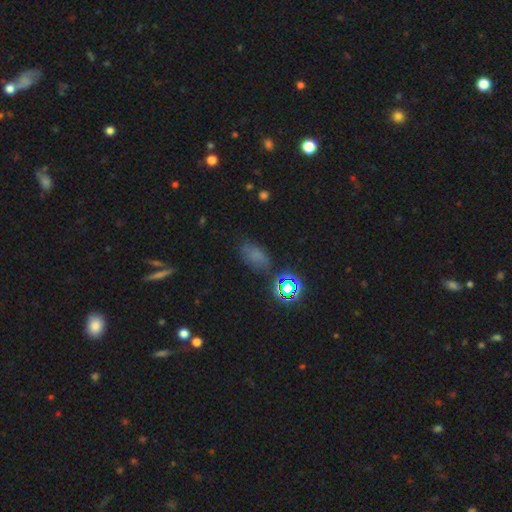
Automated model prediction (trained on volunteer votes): This appears to be a smooth galaxy with no disk features (64%) that is in between round and cigar-shaped (84%). Merging: none (69%).